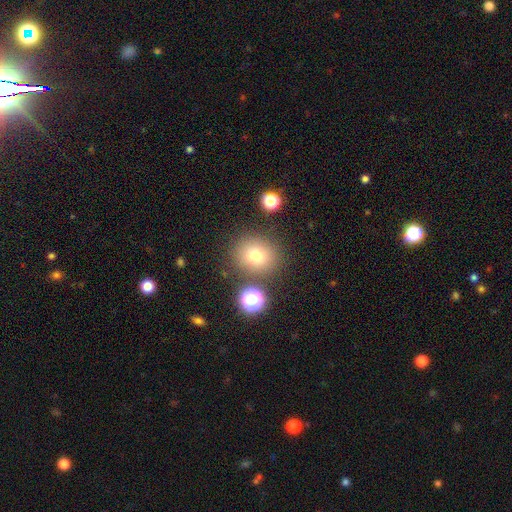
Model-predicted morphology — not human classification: This appears to be a smooth galaxy with no disk features (76%) that is round (80%). Merging: none (79%).